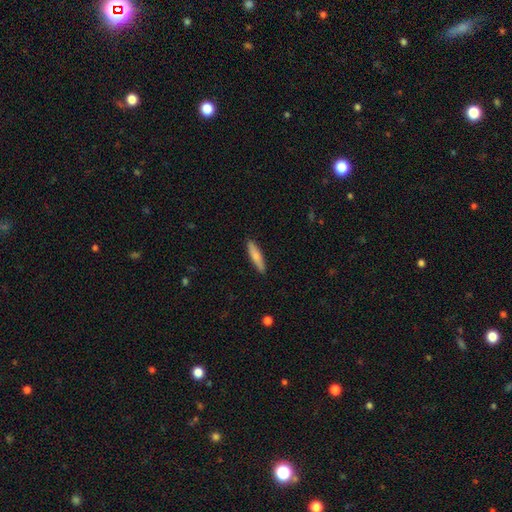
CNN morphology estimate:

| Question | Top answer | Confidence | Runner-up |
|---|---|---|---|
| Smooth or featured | smooth | 71% | featured or disk (23%) |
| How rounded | cigar-shaped | 82% | in between (17%) |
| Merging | none | 89% | minor disturbance (8%) |